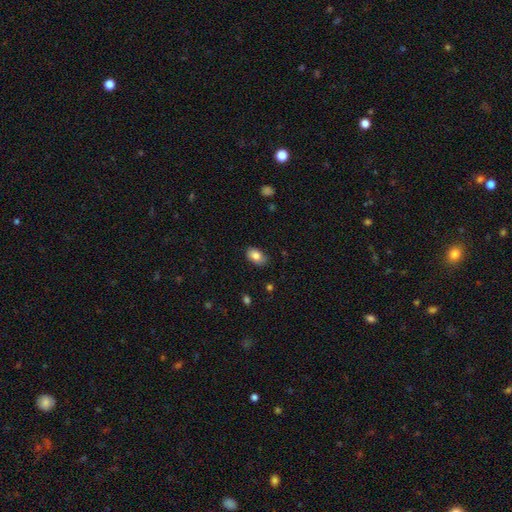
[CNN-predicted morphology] The model was most divided on "merging": none: 80%, minor disturbance: 16%, major disturbance: 3%, merger: 1%. More confident: how rounded — in between (89%); smooth or featured — smooth (82%).